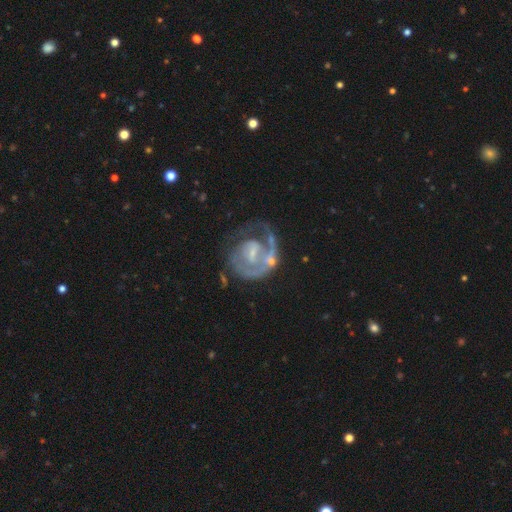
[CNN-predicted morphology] The model was most divided on "bar": no: 46%, weak: 41%, strong: 13%. Remaining: edge-on disk — no (98%); smooth or featured — featured or disk (81%); spiral arms — yes (81%); spiral arm count — 1 (58%); spiral winding — tight (51%); bulge size — small (49%); merging — none (44%).